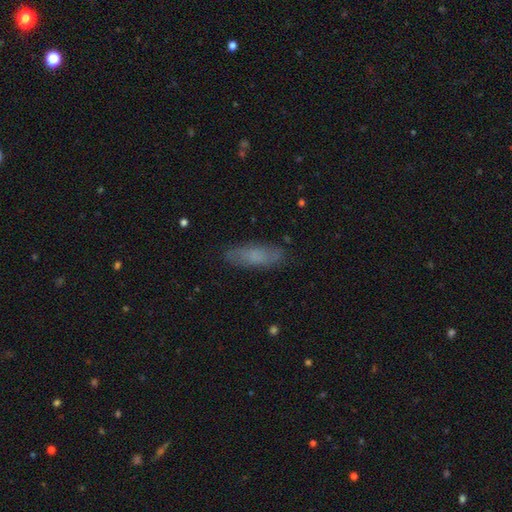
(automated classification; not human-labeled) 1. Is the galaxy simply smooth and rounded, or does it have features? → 64% smooth, 27% featured or disk, 9% star or artifact.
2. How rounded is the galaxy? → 51% cigar-shaped, 47% in between, 2% round.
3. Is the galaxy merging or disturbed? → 83% none, 13% minor disturbance, 3% major disturbance, 1% merger.